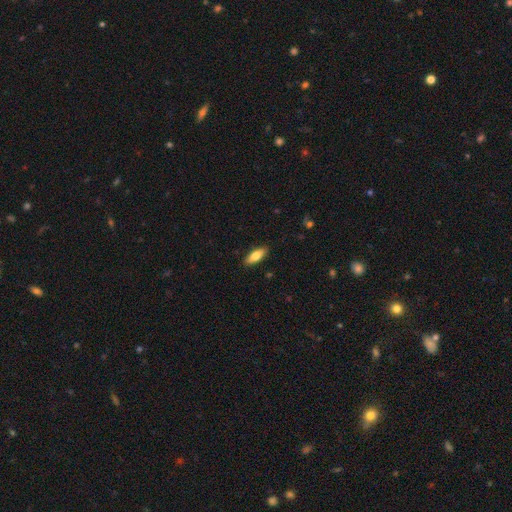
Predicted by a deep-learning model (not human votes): Overall: smooth (79%). How rounded: in between (69%). Merging: none (89%).